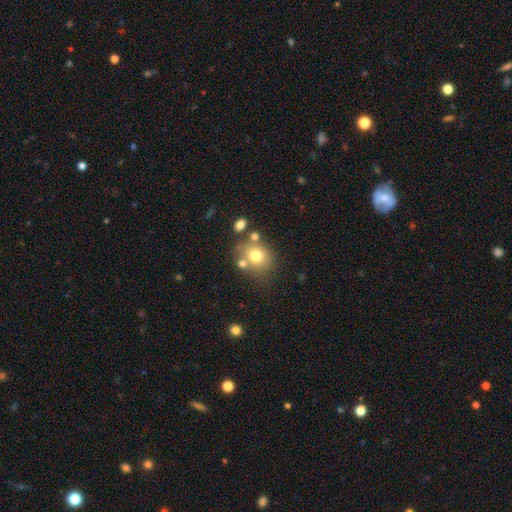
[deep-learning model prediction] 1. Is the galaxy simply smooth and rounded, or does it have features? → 72% smooth, 16% featured or disk, 12% star or artifact.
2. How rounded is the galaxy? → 72% round, 28% in between, 1% cigar-shaped.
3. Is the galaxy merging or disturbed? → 61% none, 20% merger, 14% minor disturbance, 6% major disturbance.